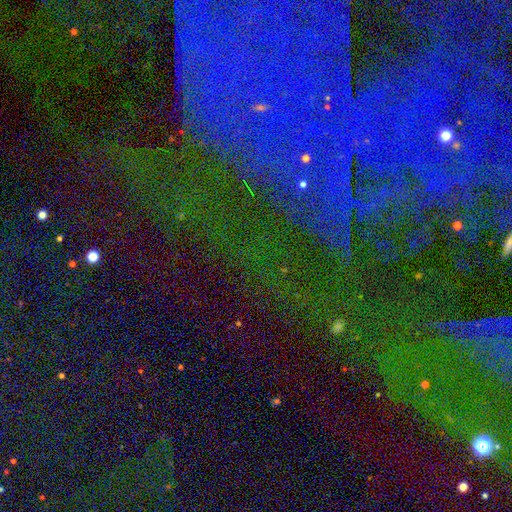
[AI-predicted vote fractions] Smooth or featured? Predicted: star or artifact (p=0.77).